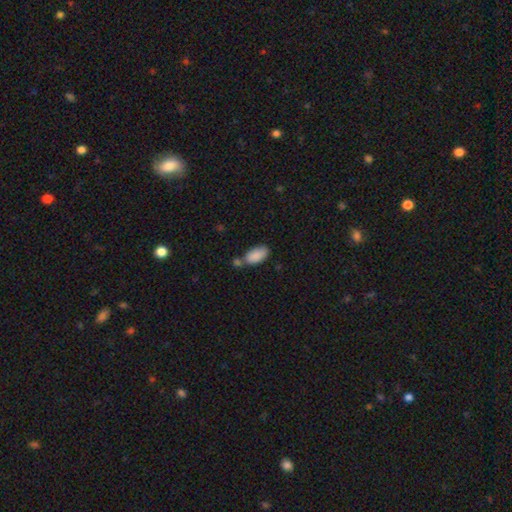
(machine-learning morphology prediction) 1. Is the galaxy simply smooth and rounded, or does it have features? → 88% smooth, 7% star or artifact, 5% featured or disk.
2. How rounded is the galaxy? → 93% in between, 4% cigar-shaped, 2% round.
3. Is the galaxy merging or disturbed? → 52% none, 27% merger, 16% minor disturbance, 5% major disturbance.